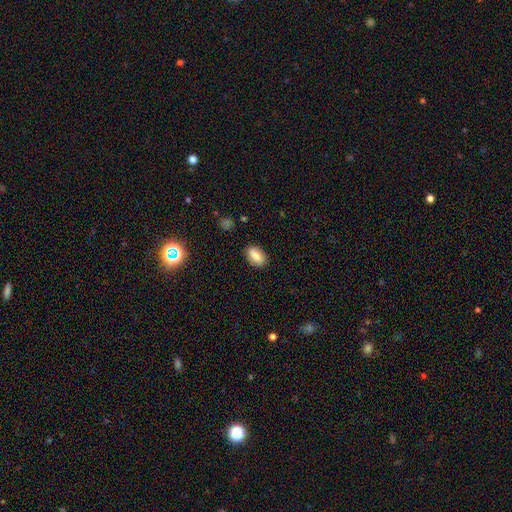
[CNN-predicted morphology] smooth 82%, featured or disk 10%, star or artifact 8%. Down the decision tree: how rounded — in between (89%); merging — none (85%).